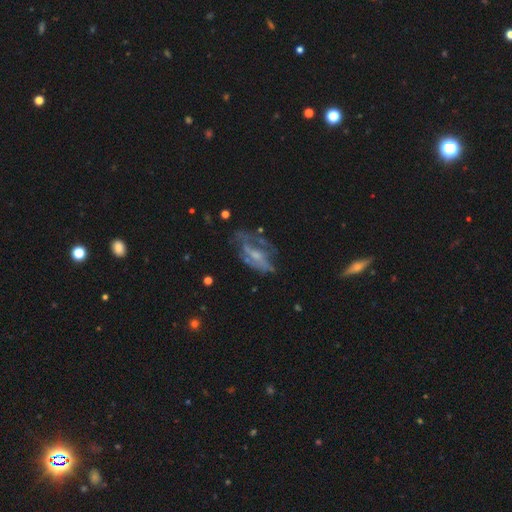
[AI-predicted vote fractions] Smooth or featured? Predicted: featured or disk (p=0.68). Edge-on disk? Predicted: no (p=0.91). Bar? Predicted: no (p=0.55). Spiral arms? Predicted: yes (p=0.54). Bulge size? Predicted: small (p=0.46). Merging? Predicted: none (p=0.44).